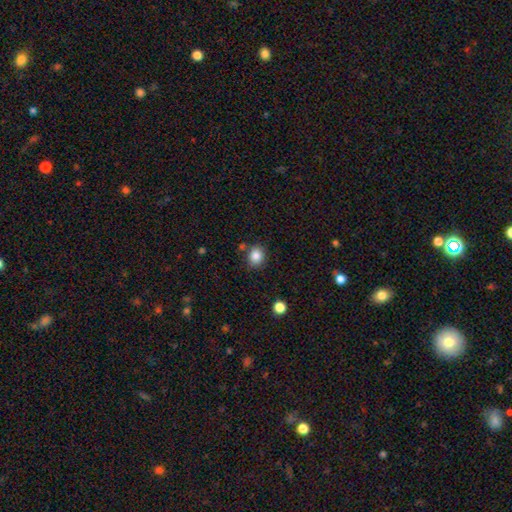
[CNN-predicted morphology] type=smooth (85%); roundness=round (69%); merging=none (79%).